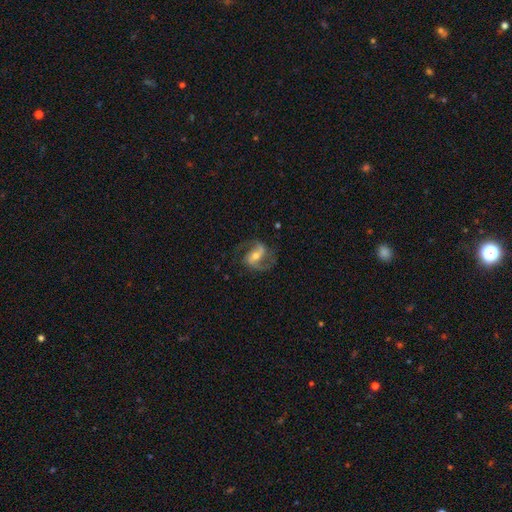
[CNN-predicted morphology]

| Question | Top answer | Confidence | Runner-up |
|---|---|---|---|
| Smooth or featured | featured or disk | 88% | smooth (7%) |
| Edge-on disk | no | 97% | yes (3%) |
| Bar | weak | 40% | strong (36%) |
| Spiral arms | yes | 97% | no (3%) |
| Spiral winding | medium | 54% | loose (32%) |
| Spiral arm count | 2 | 91% | can't tell (2%) |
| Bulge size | moderate | 54% | small (39%) |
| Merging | none | 76% | minor disturbance (14%) |